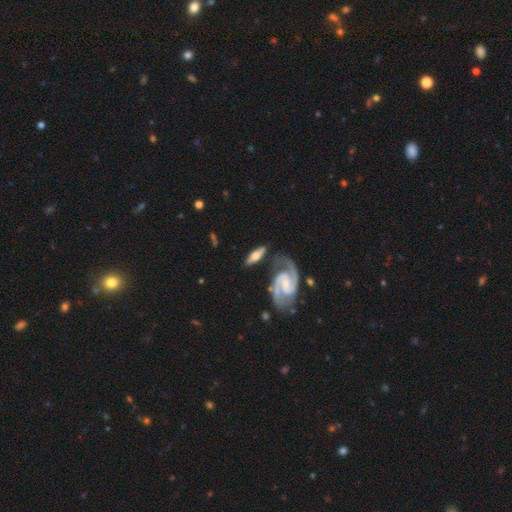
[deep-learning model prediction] This is likely a featured or disk galaxy (63%). It is likely not viewed edge-on (66%). Merging: likely none (67%).